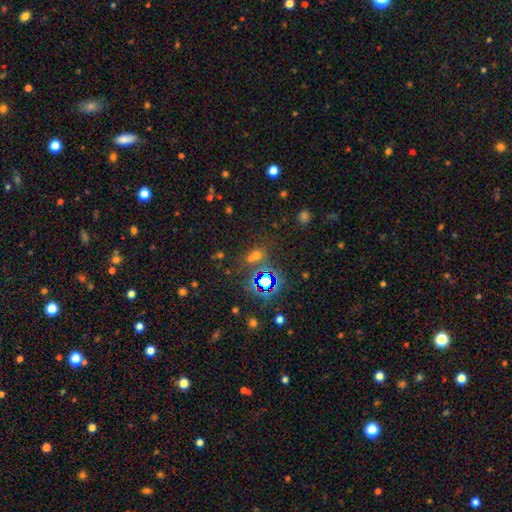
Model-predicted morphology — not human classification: This is possibly a star or artifact rather than a galaxy (51%).